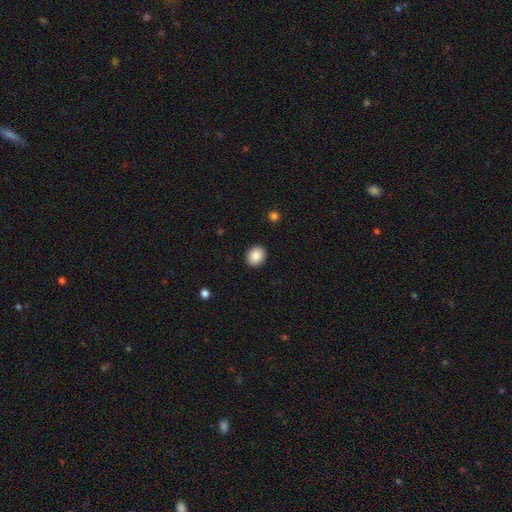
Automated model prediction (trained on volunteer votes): Smooth or featured? smooth (88%)
How rounded? round (60%)
Merging? none (91%)